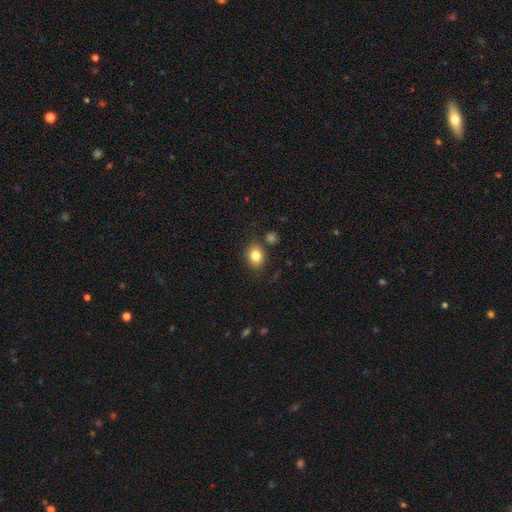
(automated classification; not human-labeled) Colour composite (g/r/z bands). It shows a smooth galaxy with no disk features (82%) that is in between round and cigar-shaped (56%). Merging: none (79%).